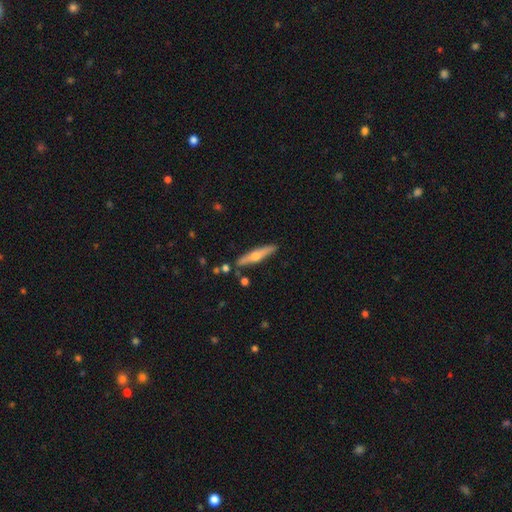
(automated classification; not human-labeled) A featured or disk galaxy (57%) viewed edge-on (93%) with a rounded central bulge (90%).

Vote fractions:
- Smooth or featured? featured or disk: 57% / smooth: 36% / star or artifact: 6%
- Edge-on disk? yes: 93% / no: 7%
- Edge-on bulge? rounded: 90% / none: 7% / boxy: 3%
- Merging? none: 85% / minor disturbance: 9% / merger: 4% / major disturbance: 2%